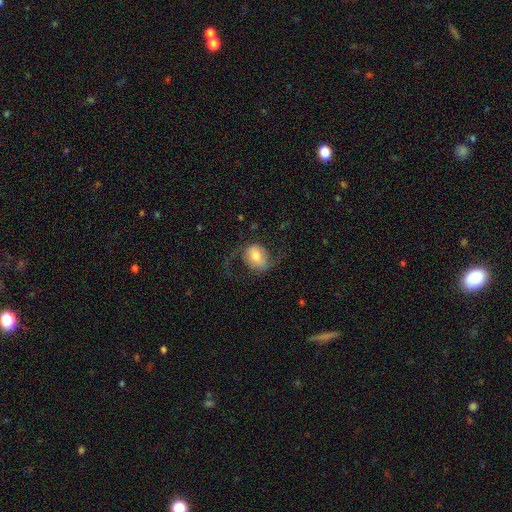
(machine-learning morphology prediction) Smooth or featured?
  - smooth: 47% *
  - featured or disk: 44%
  - star or artifact: 9%
Merging?
  - none: 58% *
  - major disturbance: 23%
  - minor disturbance: 18%
  - merger: 2%